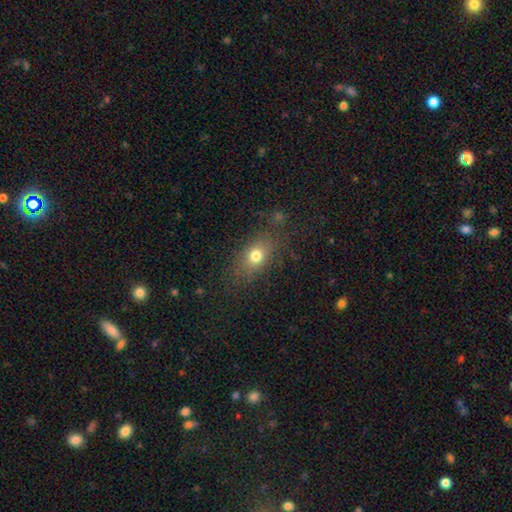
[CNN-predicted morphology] Smooth or featured?
  - smooth: 74% *
  - featured or disk: 13%
  - star or artifact: 13%
How rounded?
  - in between: 67% *
  - round: 28%
  - cigar-shaped: 5%
Merging?
  - none: 74% *
  - minor disturbance: 16%
  - major disturbance: 8%
  - merger: 3%